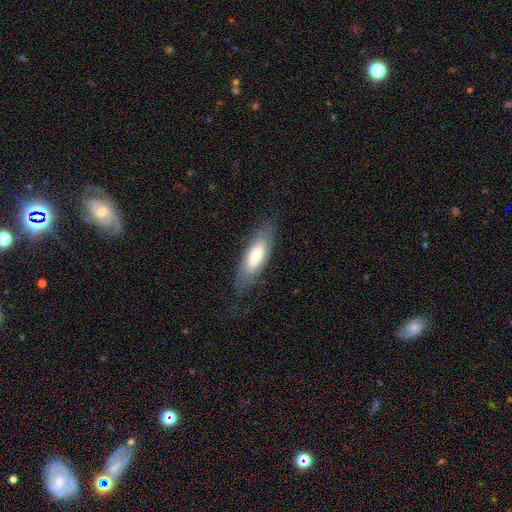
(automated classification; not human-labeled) Smooth or featured?
  - smooth: 56% *
  - featured or disk: 37%
  - star or artifact: 7%
How rounded?
  - in between: 63% *
  - cigar-shaped: 35%
  - round: 2%
Merging?
  - none: 66% *
  - minor disturbance: 22%
  - major disturbance: 10%
  - merger: 1%